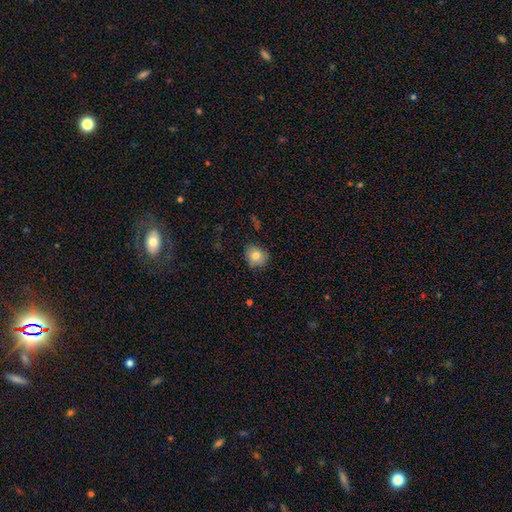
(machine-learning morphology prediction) Overall: smooth (80%). How rounded: round (71%). Merging: none (81%).